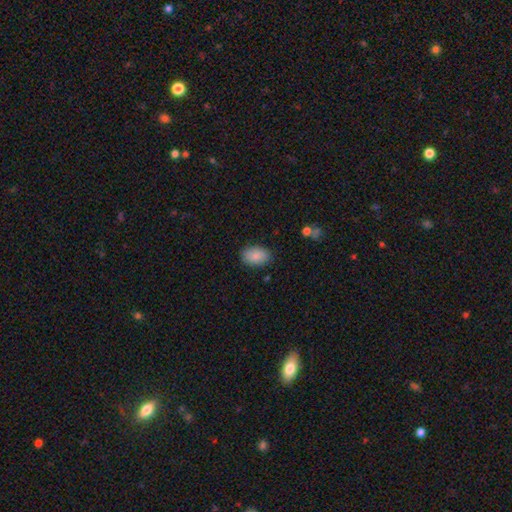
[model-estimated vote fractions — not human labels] Morphology: type=smooth (87%); roundness=in between (88%); merging=none (85%).